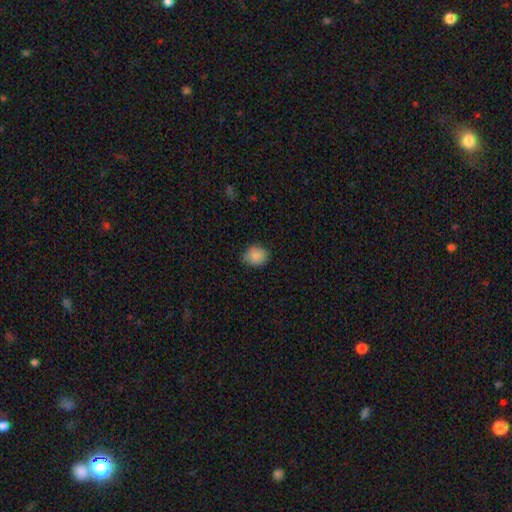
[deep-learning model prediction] This is clearly a smooth galaxy (87%). How rounded: likely round (65%). Merging: clearly none (83%).